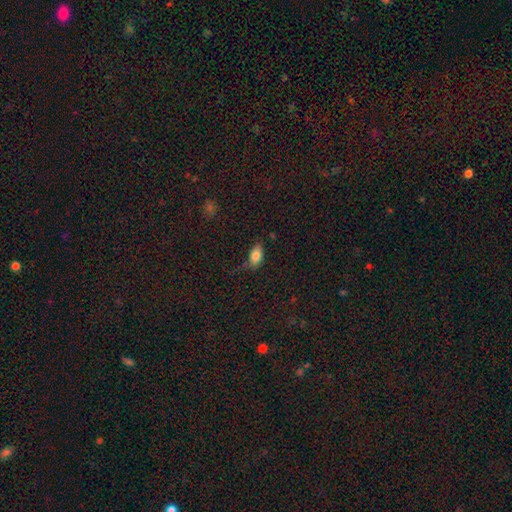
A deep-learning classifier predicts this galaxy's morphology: Smooth or featured? Predicted: smooth (p=0.81). How rounded? Predicted: in between (p=0.89). Merging? Predicted: none (p=0.60).